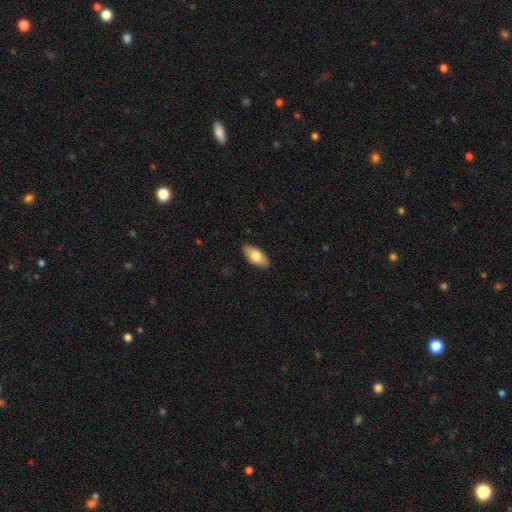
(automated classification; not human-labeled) Overall: smooth (74%). How rounded: in between (88%). Merging: none (89%).